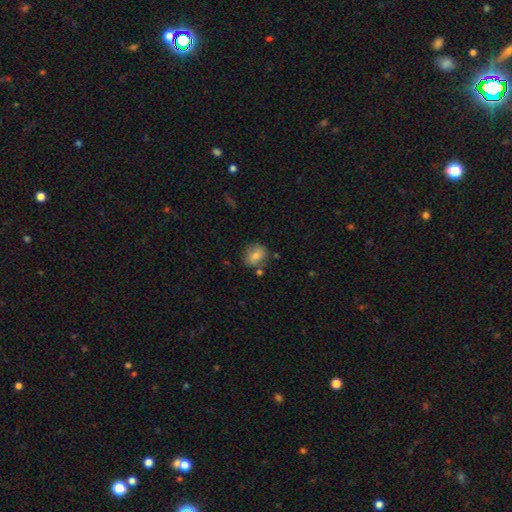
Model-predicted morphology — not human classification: Q: Smooth or featured?
A: smooth (78%); runner-up: featured or disk (13%)
Q: How rounded?
A: round (54%); runner-up: in between (44%)
Q: Merging?
A: none (76%); runner-up: minor disturbance (15%)